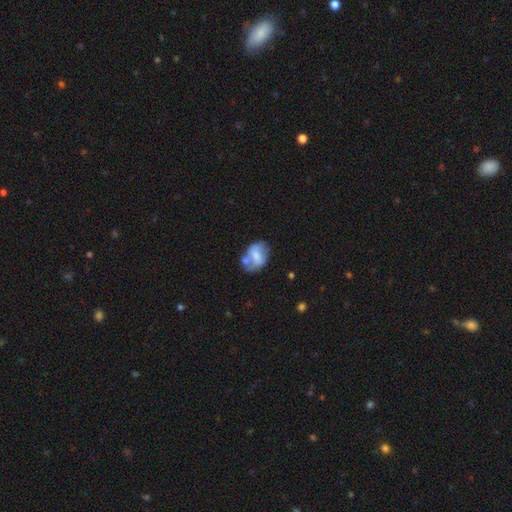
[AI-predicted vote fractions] smooth 49%, featured or disk 43%, star or artifact 8%. Down the decision tree: merging — none (37%).